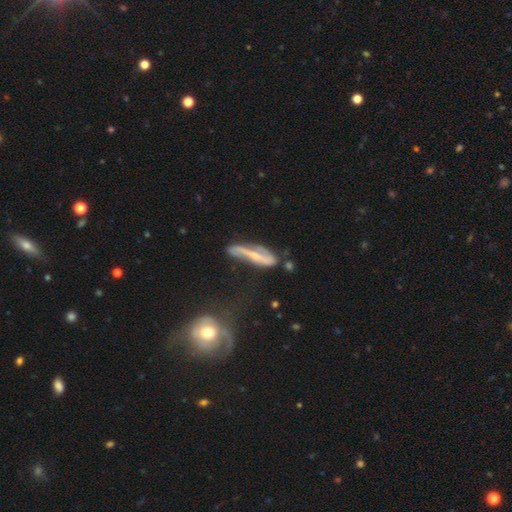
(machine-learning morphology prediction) type=featured or disk (67%); edge-on=no (68%); merging=none (44%).